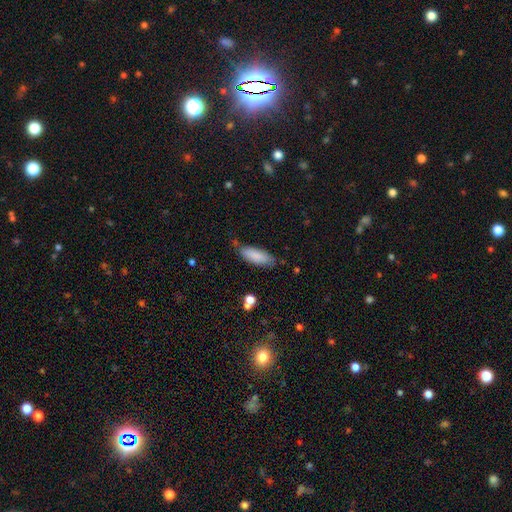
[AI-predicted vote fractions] Q: Smooth or featured?
A: smooth (85%); runner-up: featured or disk (9%)
Q: How rounded?
A: in between (67%); runner-up: cigar-shaped (31%)
Q: Merging?
A: none (72%); runner-up: minor disturbance (21%)